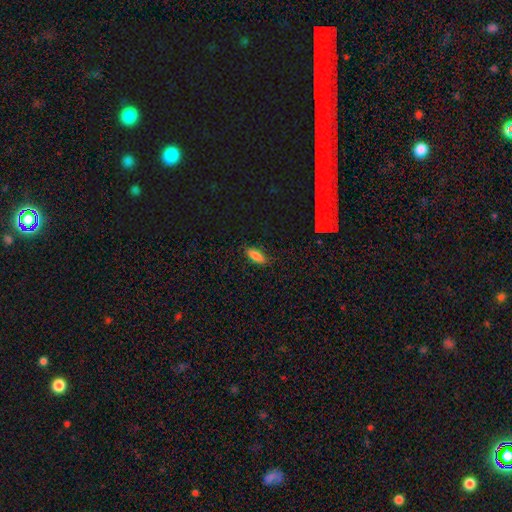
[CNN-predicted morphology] A smooth galaxy with no disk features (83%) that is in between round and cigar-shaped (76%). Merging: none (84%).